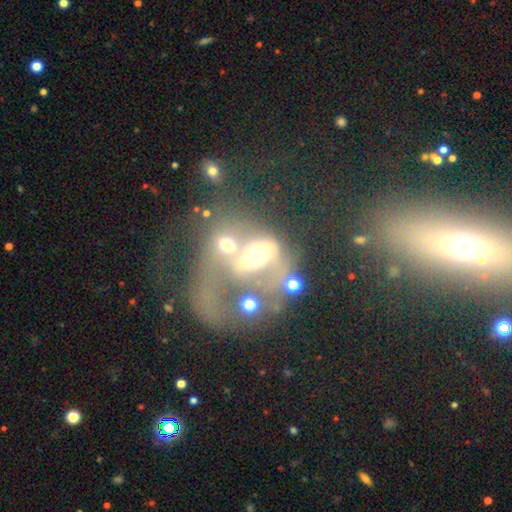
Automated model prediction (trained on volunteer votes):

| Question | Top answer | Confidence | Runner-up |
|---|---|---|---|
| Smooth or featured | featured or disk | 47% | smooth (36%) |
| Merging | merger | 64% | major disturbance (19%) |